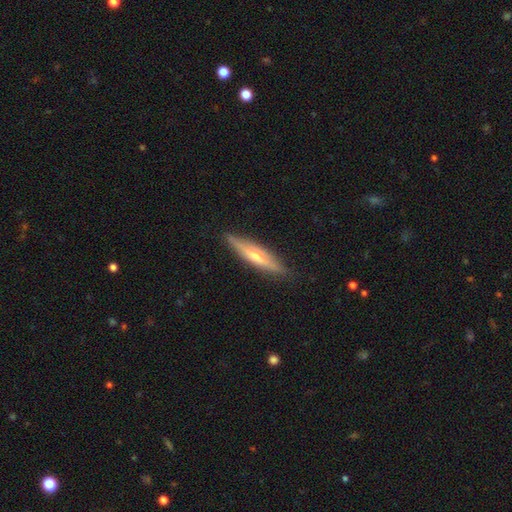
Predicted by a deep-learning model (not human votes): Overall: featured or disk (58%; smooth 36%). Edge-on disk: yes (91%). Edge-on bulge: rounded (72%). Merging: none (86%).